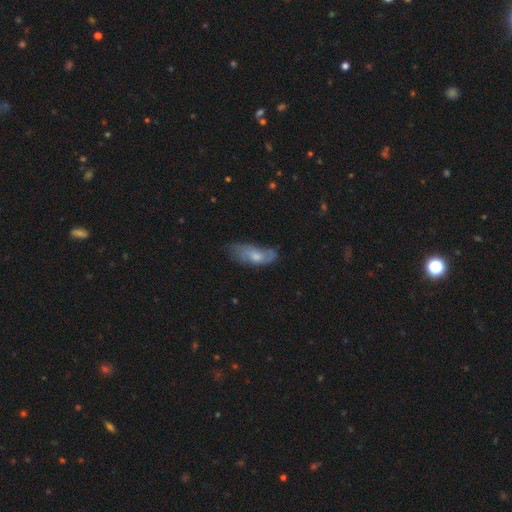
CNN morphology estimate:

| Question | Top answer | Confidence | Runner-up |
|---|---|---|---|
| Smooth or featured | smooth | 47% | featured or disk (46%) |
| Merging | none | 50% | minor disturbance (32%) |